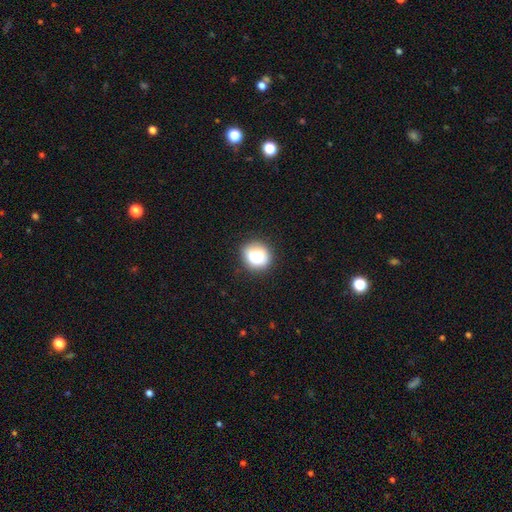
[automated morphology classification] A smooth galaxy with no disk features (82%) that is round (77%).

Vote fractions:
- Smooth or featured? smooth: 82% / star or artifact: 10% / featured or disk: 8%
- How rounded? round: 77% / in between: 22% / cigar-shaped: 1%
- Merging? none: 86% / minor disturbance: 11% / major disturbance: 3% / merger: 1%